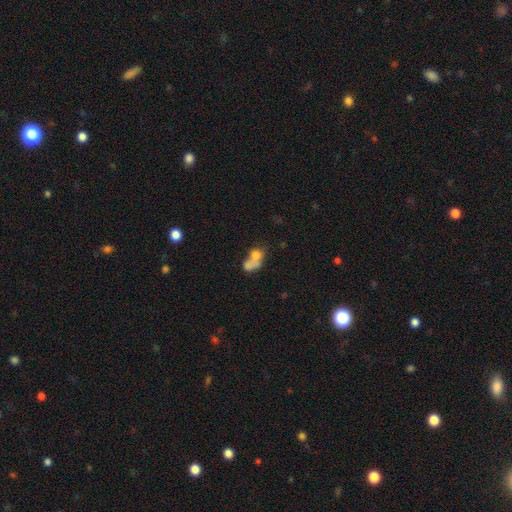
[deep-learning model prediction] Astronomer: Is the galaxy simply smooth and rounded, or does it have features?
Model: smooth — 66%.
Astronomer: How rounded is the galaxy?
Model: in between — 61% (runner-up: round, 36%).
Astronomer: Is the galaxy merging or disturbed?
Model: merger — 63%.